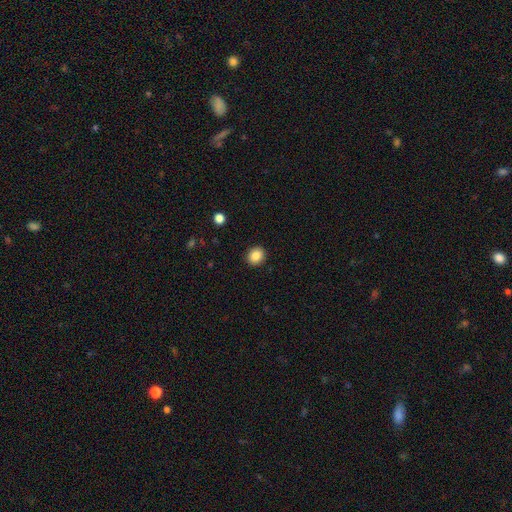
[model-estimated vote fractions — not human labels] smooth-or-featured: smooth: 86% | star or artifact: 9% | featured or disk: 5%
  how-rounded: round: 75% | in between: 24% | cigar-shaped: 1%
  merging: none: 91% | minor disturbance: 6% | major disturbance: 2% | merger: 1%